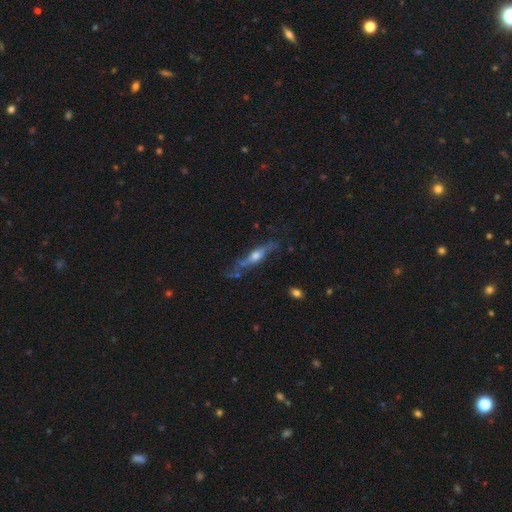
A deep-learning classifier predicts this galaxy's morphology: Smooth or featured?
  - featured or disk: 69% *
  - smooth: 24%
  - star or artifact: 7%
Edge-on disk?
  - yes: 78% *
  - no: 22%
Edge-on bulge?
  - rounded: 88% *
  - none: 6%
  - boxy: 6%
Merging?
  - none: 58% *
  - minor disturbance: 25%
  - major disturbance: 12%
  - merger: 5%